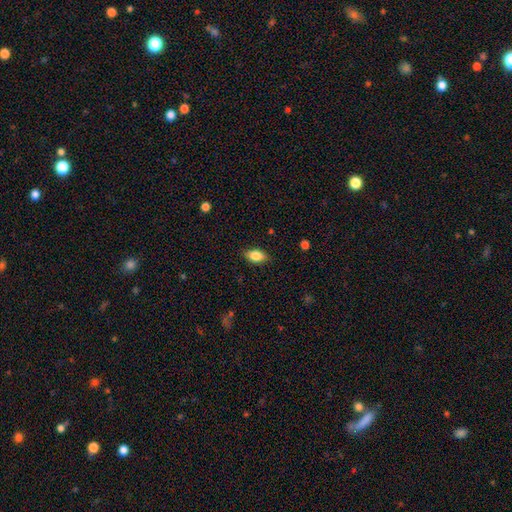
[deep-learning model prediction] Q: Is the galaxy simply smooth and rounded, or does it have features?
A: smooth — 82%.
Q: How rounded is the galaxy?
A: in between — 89%.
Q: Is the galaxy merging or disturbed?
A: none — 86%.